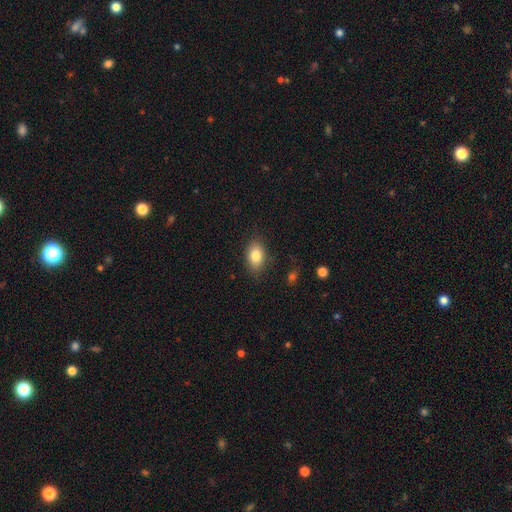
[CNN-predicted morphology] A smooth galaxy with no disk features (82%) that is in between round and cigar-shaped (83%). Merging: none (82%).